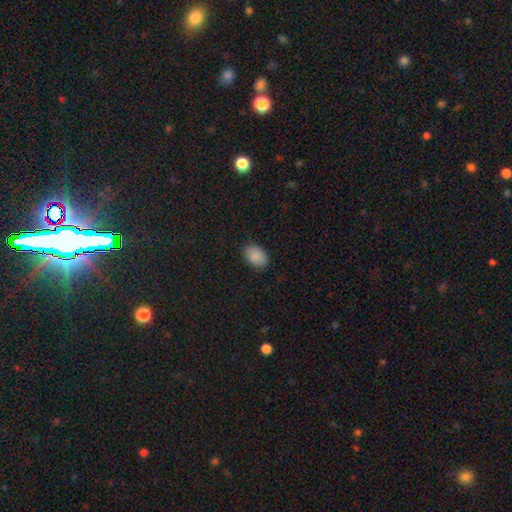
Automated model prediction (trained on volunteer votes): A smooth galaxy with no disk features (89%) that is in between round and cigar-shaped (87%).

Vote fractions:
- Smooth or featured? smooth: 89% / star or artifact: 7% / featured or disk: 3%
- How rounded? in between: 87% / round: 12% / cigar-shaped: 1%
- Merging? none: 88% / minor disturbance: 9% / major disturbance: 2% / merger: 1%